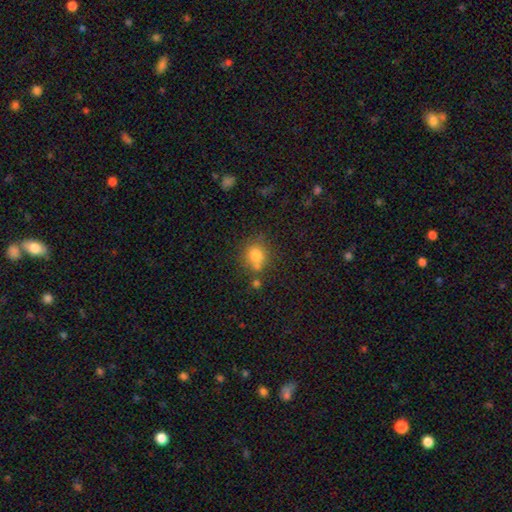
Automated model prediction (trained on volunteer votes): Smooth or featured? smooth (77%)
How rounded? round (80%)
Merging? none (62%)